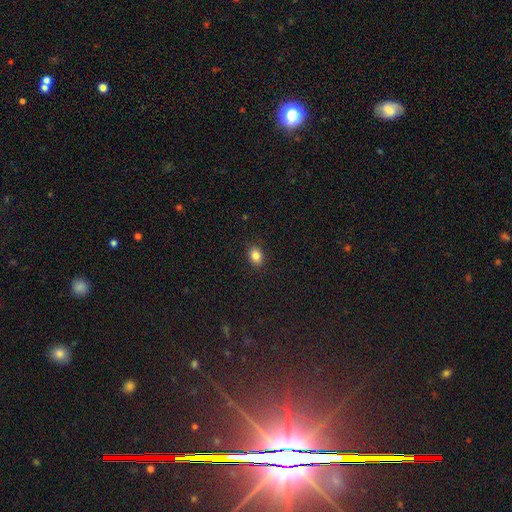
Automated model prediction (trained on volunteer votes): Morphology: type=smooth (84%); roundness=in between (61%); merging=none (89%).